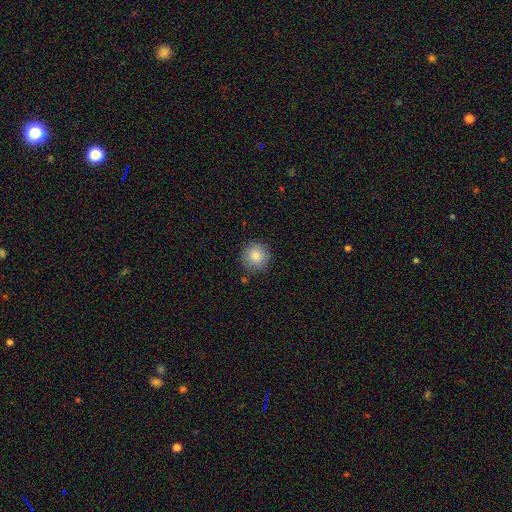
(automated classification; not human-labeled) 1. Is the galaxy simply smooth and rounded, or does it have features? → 85% smooth, 8% star or artifact, 6% featured or disk.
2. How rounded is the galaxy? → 94% round, 5% in between, 1% cigar-shaped.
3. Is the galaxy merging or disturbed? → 87% none, 9% minor disturbance, 2% major disturbance, 2% merger.